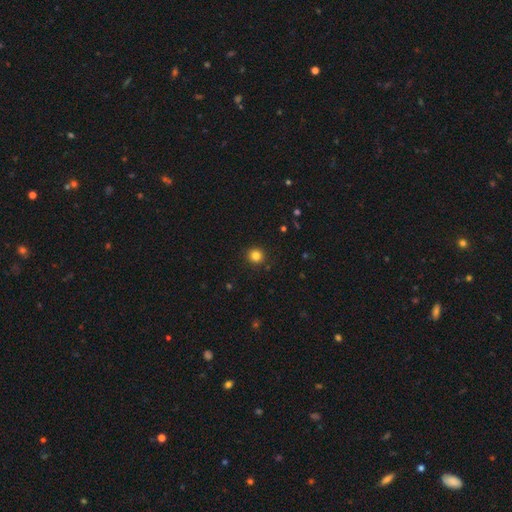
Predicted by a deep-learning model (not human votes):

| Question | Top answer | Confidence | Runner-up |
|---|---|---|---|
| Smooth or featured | smooth | 83% | star or artifact (12%) |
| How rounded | round | 93% | in between (7%) |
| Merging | none | 91% | minor disturbance (6%) |